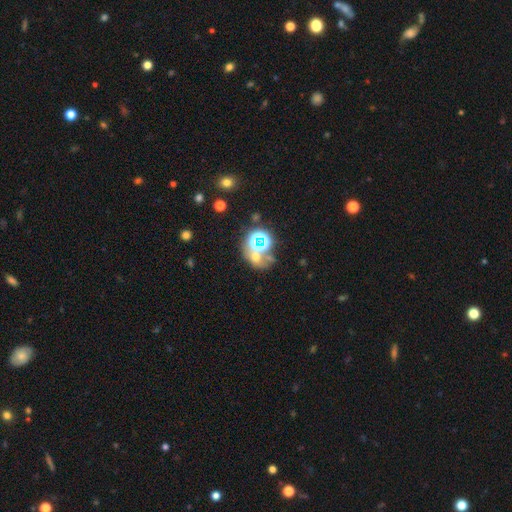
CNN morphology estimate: star or artifact 44%, smooth 40%, featured or disk 16%.